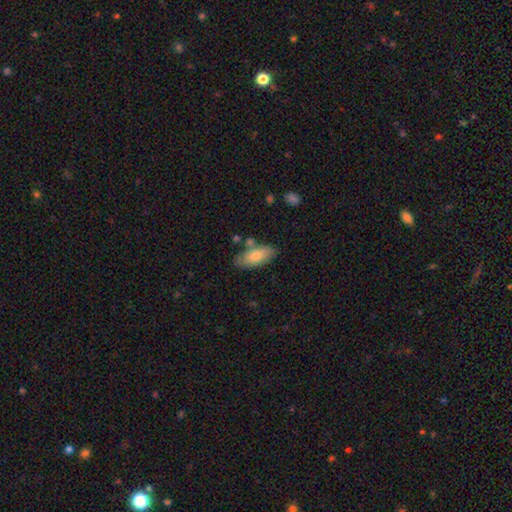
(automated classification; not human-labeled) The model was most divided on "merging": none: 68%, minor disturbance: 18%, merger: 9%, major disturbance: 4%. More confident: how rounded — in between (86%); smooth or featured — smooth (73%).